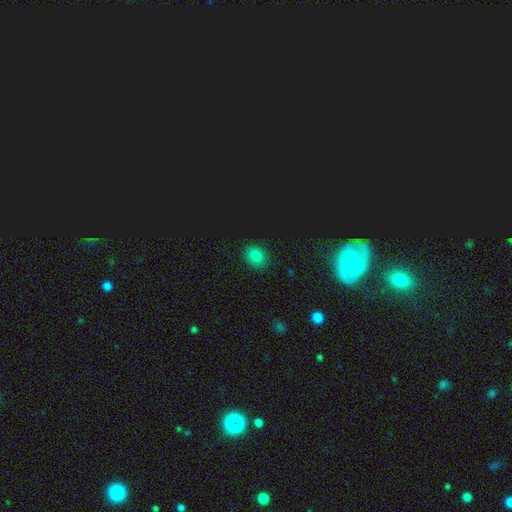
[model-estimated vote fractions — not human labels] Overall: smooth (76%). How rounded: round (54%; in between 45%). Merging: none (88%).